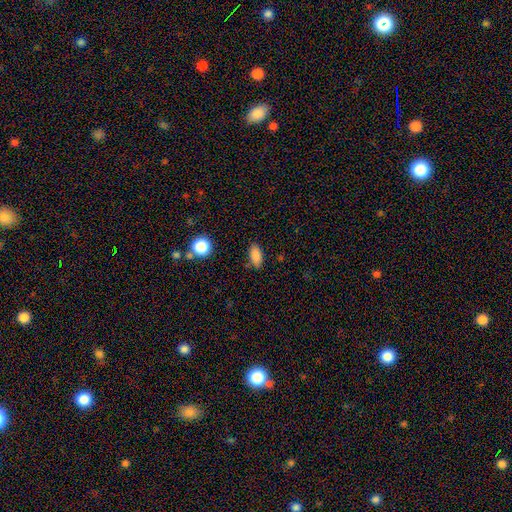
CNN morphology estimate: Overall: smooth (85%). How rounded: in between (88%). Merging: none (82%).